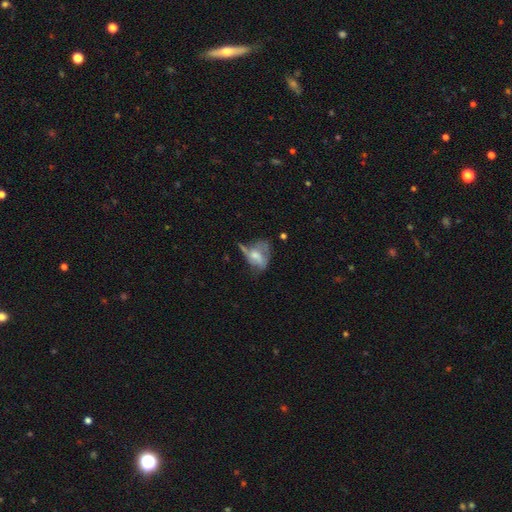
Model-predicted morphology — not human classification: type=featured or disk (46%); merging=major disturbance (40%).